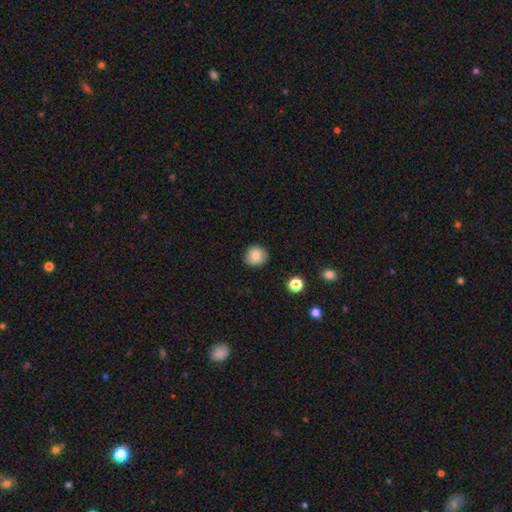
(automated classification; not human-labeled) This appears to be a smooth galaxy with no disk features (84%) that is round (85%). Merging: none (88%).